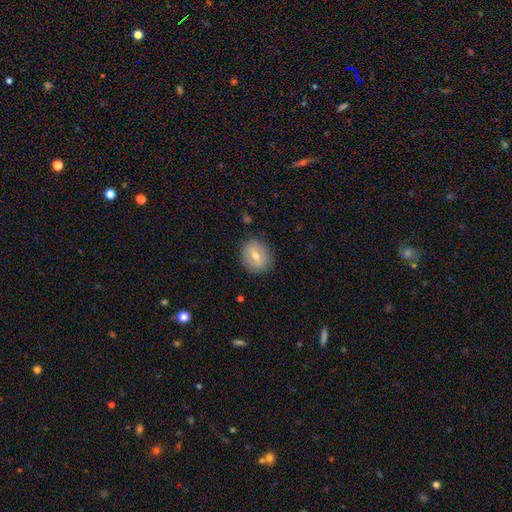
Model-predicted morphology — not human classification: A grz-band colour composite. It shows a smooth galaxy with no disk features (48%). Merging: none (85%).